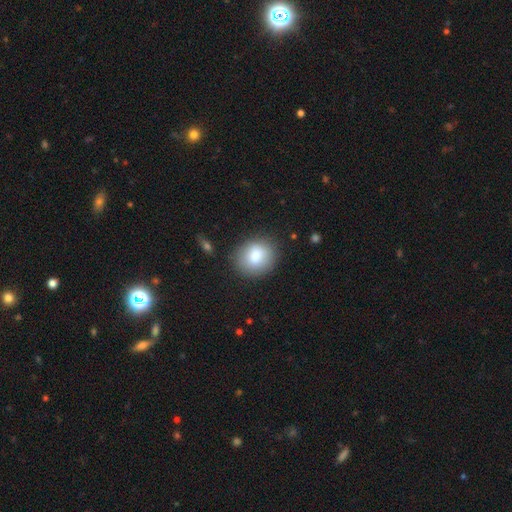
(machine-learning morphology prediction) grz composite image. It shows a smooth galaxy with no disk features (82%) that is round (67%). Merging: none (83%).